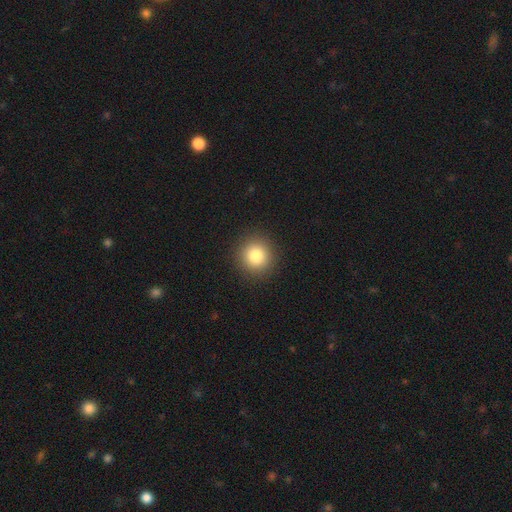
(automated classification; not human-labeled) Morphology: type=smooth (83%); roundness=round (93%); merging=none (92%).